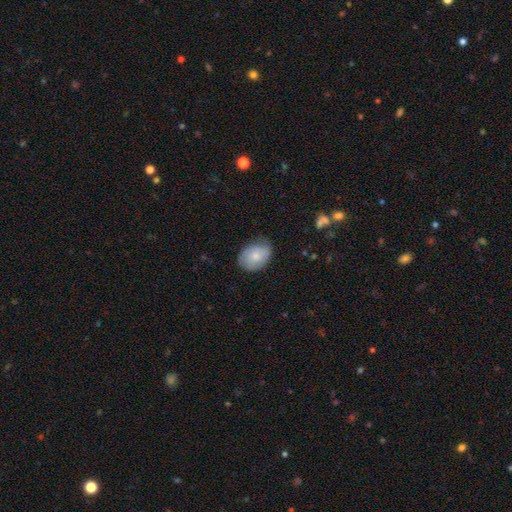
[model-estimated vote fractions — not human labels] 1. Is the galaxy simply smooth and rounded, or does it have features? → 73% smooth, 21% featured or disk, 7% star or artifact.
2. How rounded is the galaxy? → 69% in between, 30% round, 1% cigar-shaped.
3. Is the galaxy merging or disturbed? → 66% none, 27% minor disturbance, 5% major disturbance, 1% merger.